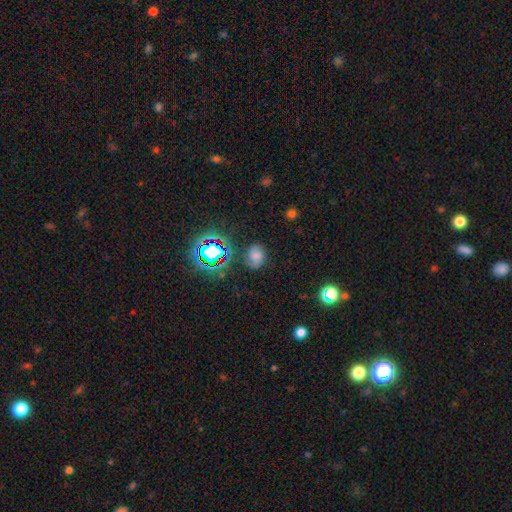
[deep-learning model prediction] Smooth or featured: smooth — 53% (star or artifact — 25%)
How rounded: in between — 53% (round — 46%)
Merging: none — 69% (minor disturbance — 20%)